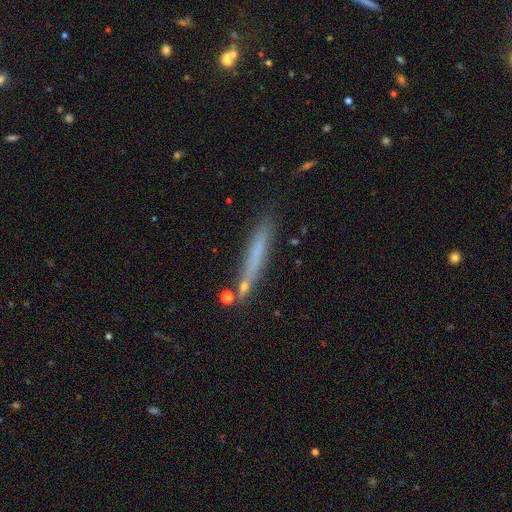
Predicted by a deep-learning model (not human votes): This appears to be a smooth galaxy with no disk features (60%) that is cigar-shaped (94%). Merging: none (78%).